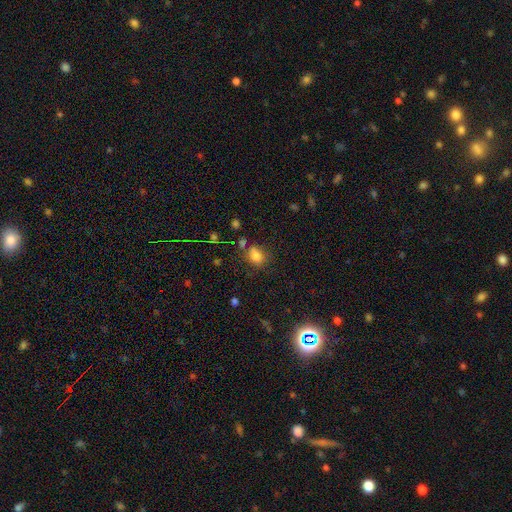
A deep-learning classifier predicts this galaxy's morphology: smooth_or_featured: smooth (p=0.78) [alt: star or artifact p=0.14]
how_rounded: in between (p=0.59) [alt: round p=0.39]
merging: none (p=0.62) [alt: minor disturbance p=0.19]